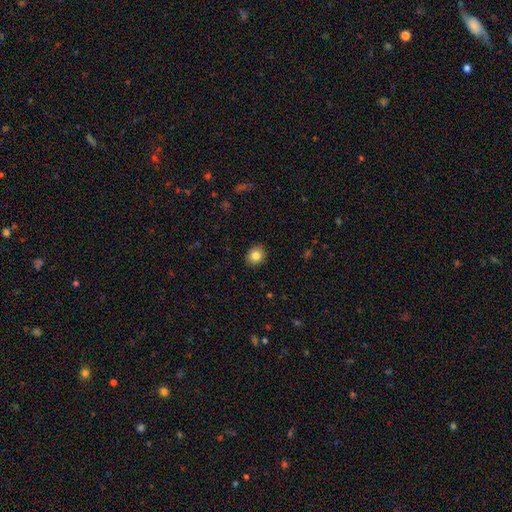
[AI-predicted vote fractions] Smooth or featured? Predicted: smooth (p=0.83). How rounded? Predicted: round (p=0.63). Merging? Predicted: none (p=0.91).